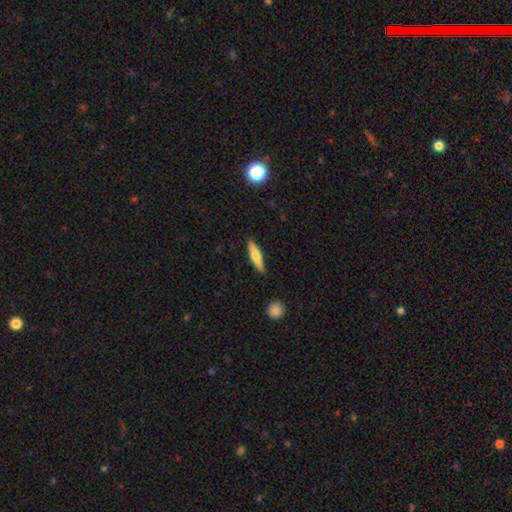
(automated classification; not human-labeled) This is likely a smooth galaxy (68%). How rounded: clearly cigar-shaped (83%). Merging: clearly none (88%).